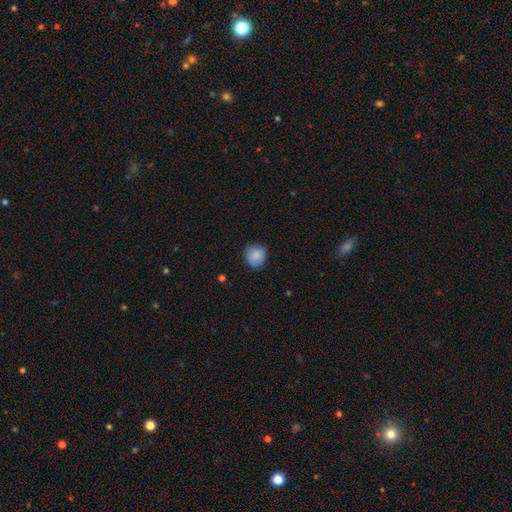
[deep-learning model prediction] smooth 87%, star or artifact 8%, featured or disk 5%. Down the decision tree: how rounded — round (85%); merging — none (81%).